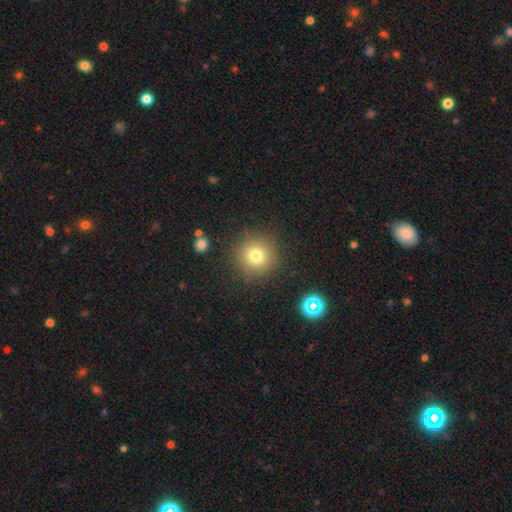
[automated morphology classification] smooth_or_featured: smooth (p=0.76) [alt: star or artifact p=0.14]
how_rounded: round (p=0.94) [alt: in between p=0.05]
merging: none (p=0.87) [alt: minor disturbance p=0.07]